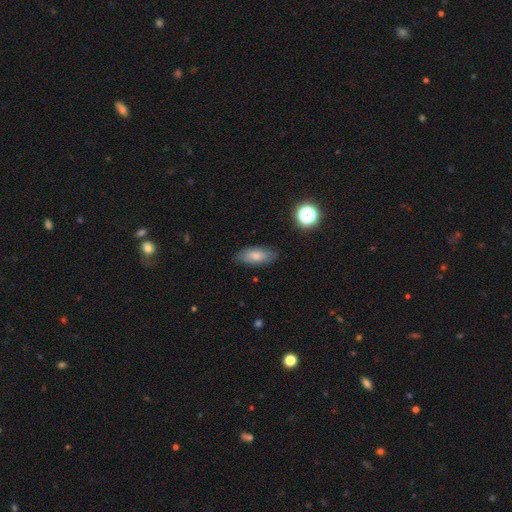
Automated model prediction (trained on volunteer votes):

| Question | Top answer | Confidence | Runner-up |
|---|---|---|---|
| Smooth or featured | smooth | 73% | featured or disk (19%) |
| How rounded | in between | 84% | cigar-shaped (12%) |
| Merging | none | 79% | minor disturbance (16%) |